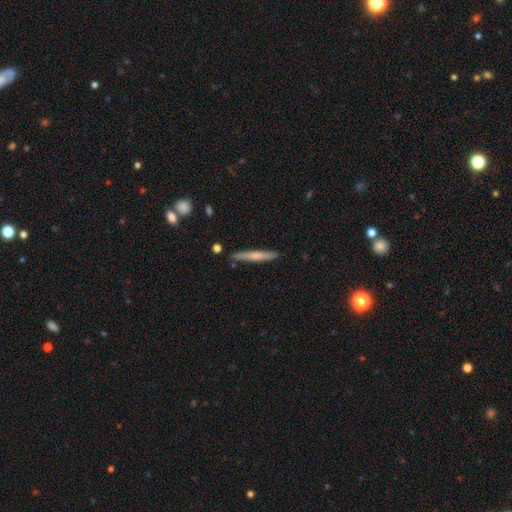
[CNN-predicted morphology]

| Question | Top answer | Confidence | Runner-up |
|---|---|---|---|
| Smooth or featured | smooth | 60% | featured or disk (34%) |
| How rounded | cigar-shaped | 95% | in between (3%) |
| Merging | none | 85% | minor disturbance (10%) |